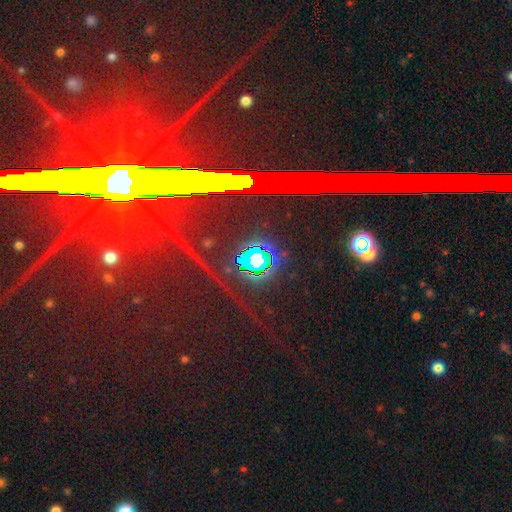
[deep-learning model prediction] Morphology: type=star or artifact (81%).